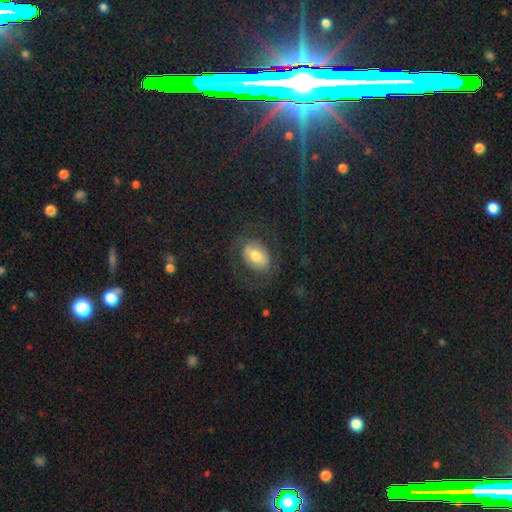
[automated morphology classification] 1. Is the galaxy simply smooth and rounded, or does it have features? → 54% smooth, 37% featured or disk, 9% star or artifact.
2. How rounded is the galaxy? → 71% in between, 27% round, 1% cigar-shaped.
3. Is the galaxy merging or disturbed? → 71% none, 14% major disturbance, 14% minor disturbance, 1% merger.